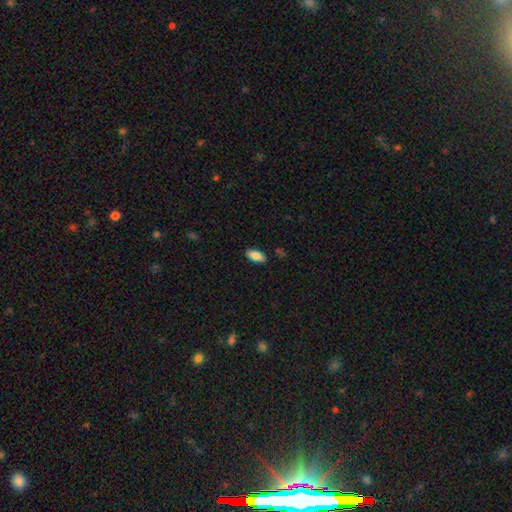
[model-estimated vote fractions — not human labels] This is clearly a smooth galaxy (85%). How rounded: clearly in between (90%). Merging: clearly none (87%).